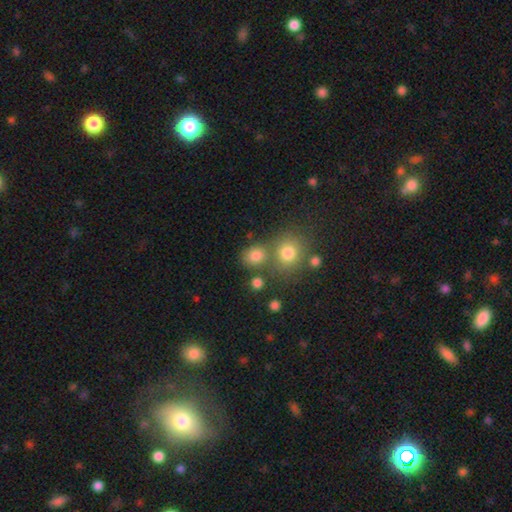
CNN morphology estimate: Overall: smooth (77%). How rounded: round (70%). Merging: none (63%).